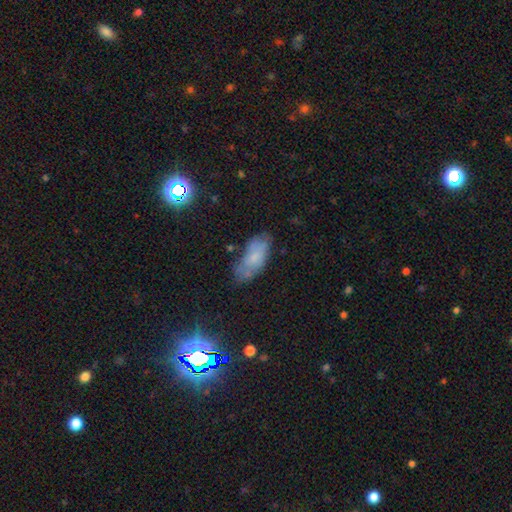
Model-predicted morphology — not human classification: The model was most divided on "merging": none: 59%, minor disturbance: 28%, major disturbance: 9%, merger: 4%. More confident: how rounded — in between (86%); smooth or featured — smooth (62%).